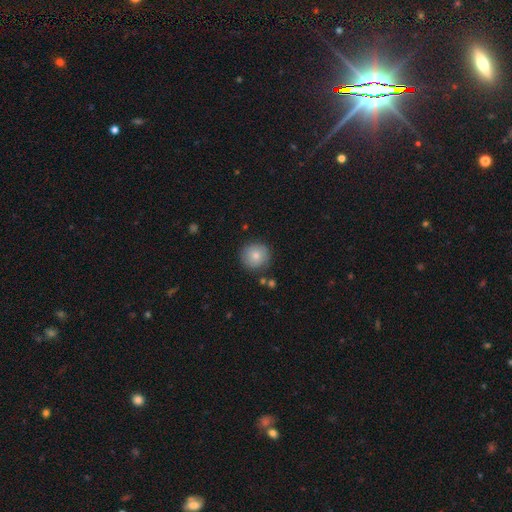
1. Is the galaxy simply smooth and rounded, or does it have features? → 79% smooth, 18% featured or disk, 3% star or artifact.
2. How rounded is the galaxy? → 93% round, 7% in between, 0% cigar-shaped.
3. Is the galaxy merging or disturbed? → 81% none, 14% minor disturbance, 5% merger, 0% major disturbance.